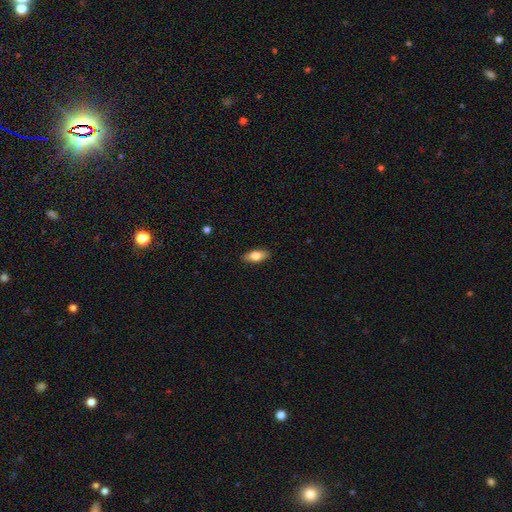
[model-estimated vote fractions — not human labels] This is likely a smooth galaxy (77%). How rounded: clearly in between (83%). Merging: clearly none (89%).